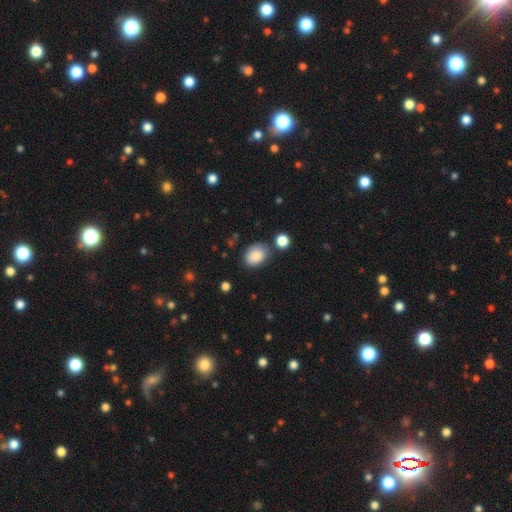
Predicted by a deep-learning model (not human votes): Smooth or featured? smooth (86%)
How rounded? in between (74%)
Merging? none (72%)